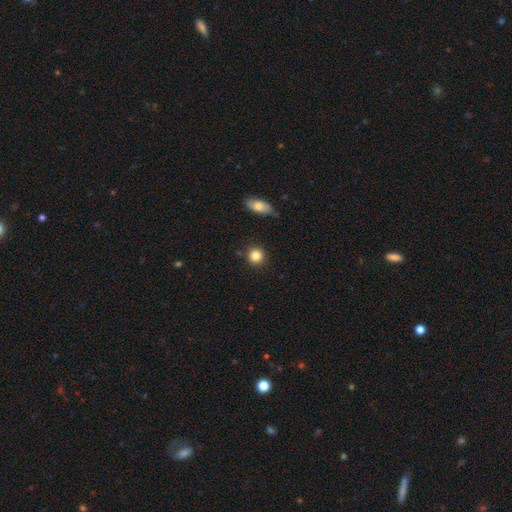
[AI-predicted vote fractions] Smooth or featured?
  - smooth: 85% *
  - star or artifact: 10%
  - featured or disk: 5%
How rounded?
  - round: 90% *
  - in between: 9%
  - cigar-shaped: 1%
Merging?
  - none: 87% *
  - minor disturbance: 8%
  - merger: 3%
  - major disturbance: 2%